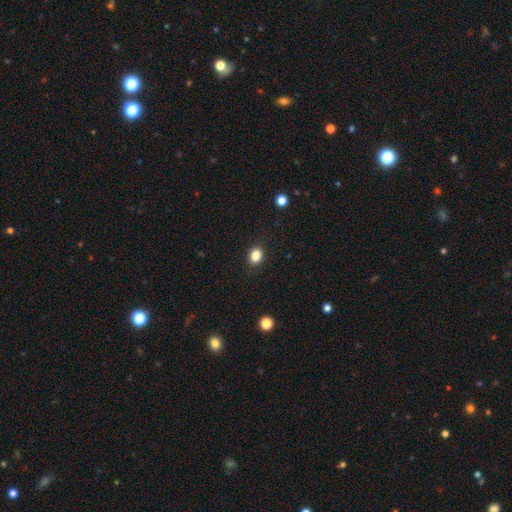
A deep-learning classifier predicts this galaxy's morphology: Smooth or featured?
  - smooth: 85% *
  - star or artifact: 11%
  - featured or disk: 4%
How rounded?
  - round: 51% *
  - in between: 48%
  - cigar-shaped: 1%
Merging?
  - none: 90% *
  - minor disturbance: 7%
  - major disturbance: 2%
  - merger: 1%